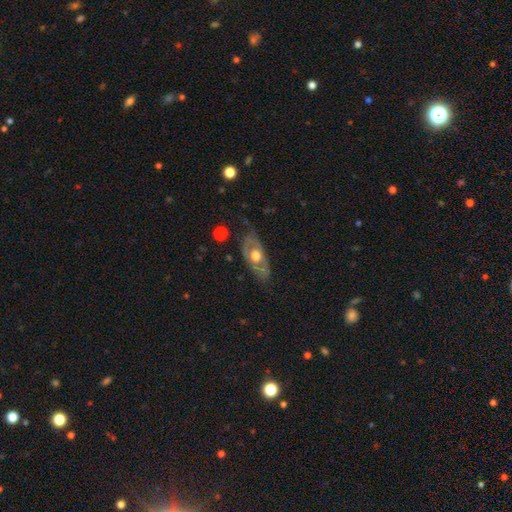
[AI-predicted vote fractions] Q: Smooth or featured?
A: featured or disk (58%); runner-up: smooth (36%)
Q: Edge-on disk?
A: no (79%); runner-up: yes (21%)
Q: Merging?
A: none (70%); runner-up: minor disturbance (22%)